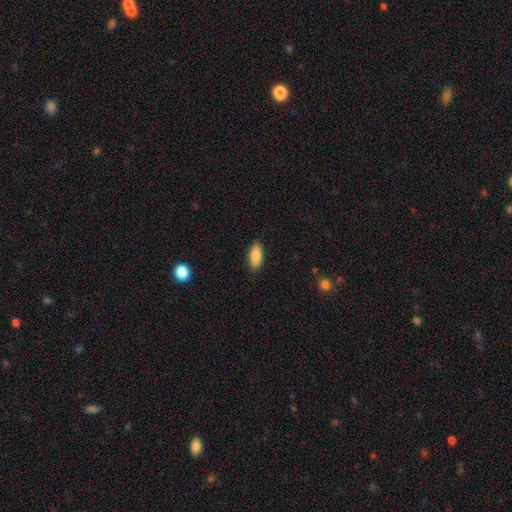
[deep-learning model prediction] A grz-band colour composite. It shows a smooth galaxy with no disk features (85%) that is in between round and cigar-shaped (84%). Merging: none (87%).